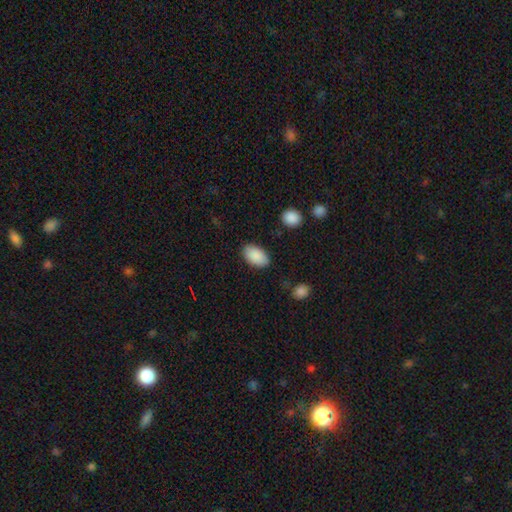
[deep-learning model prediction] Overall: smooth (90%). How rounded: in between (94%). Merging: none (86%).